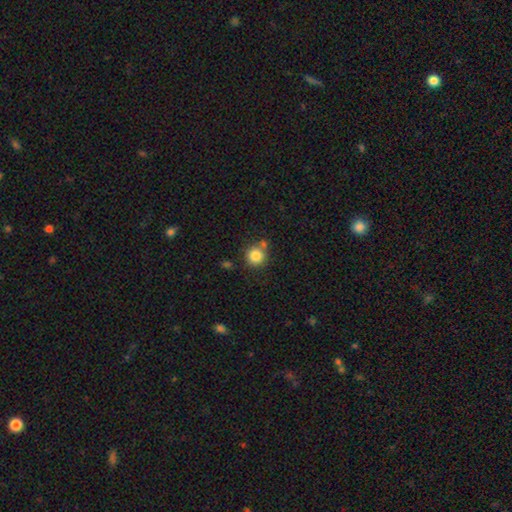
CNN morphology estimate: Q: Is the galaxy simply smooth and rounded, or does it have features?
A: smooth — 83%.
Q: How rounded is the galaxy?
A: round — 92%.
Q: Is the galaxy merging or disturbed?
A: none — 71%.